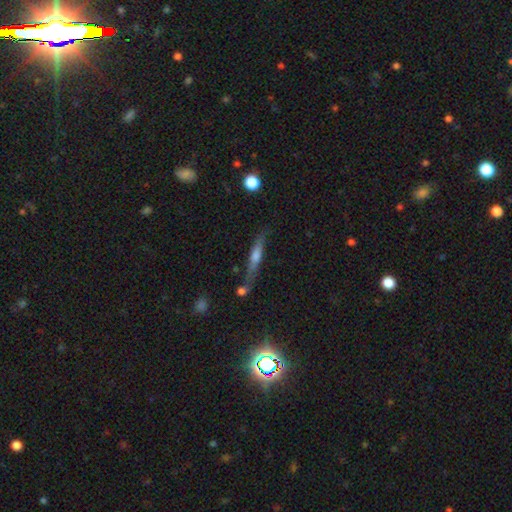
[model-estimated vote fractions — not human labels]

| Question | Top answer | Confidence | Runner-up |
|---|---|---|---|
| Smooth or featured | featured or disk | 58% | smooth (26%) |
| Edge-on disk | yes | 91% | no (9%) |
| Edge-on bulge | rounded | 71% | none (16%) |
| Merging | none | 76% | minor disturbance (15%) |